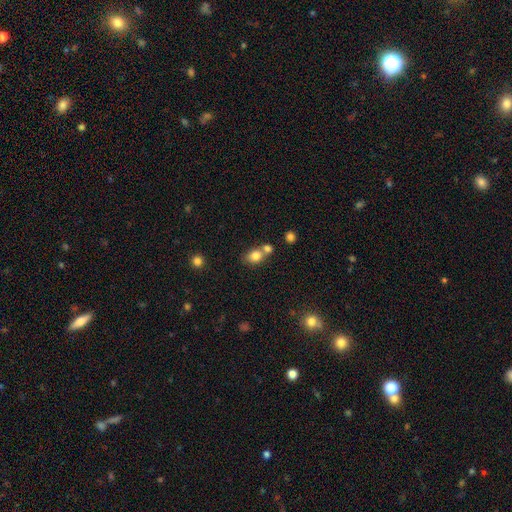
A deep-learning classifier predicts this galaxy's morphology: Smooth or featured: smooth — 81% (star or artifact — 10%)
How rounded: in between — 56% (round — 42%)
Merging: none — 45% (merger — 41%)